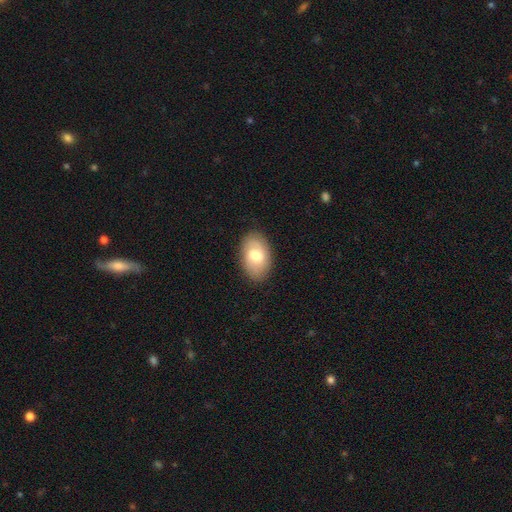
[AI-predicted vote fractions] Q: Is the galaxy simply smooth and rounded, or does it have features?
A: smooth — 66%.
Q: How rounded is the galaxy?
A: in between — 89%.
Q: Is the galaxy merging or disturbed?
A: none — 85%.